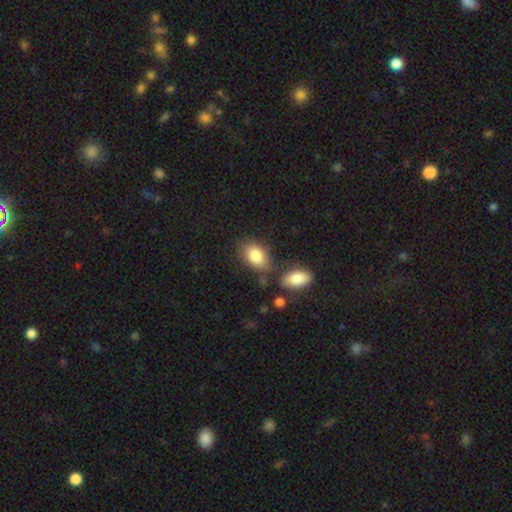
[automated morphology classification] This appears to be a smooth galaxy with no disk features (85%) that is in between round and cigar-shaped (91%). Merging: none (67%).